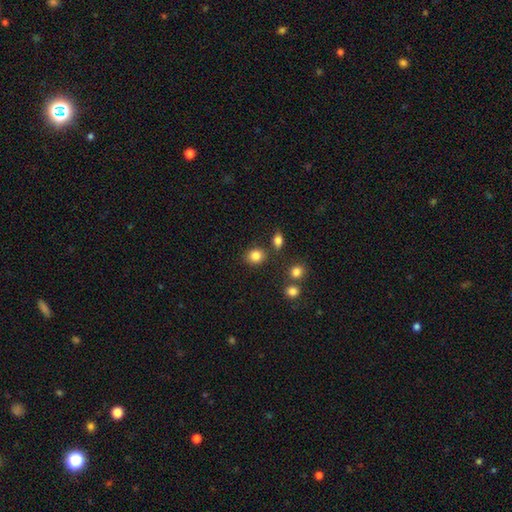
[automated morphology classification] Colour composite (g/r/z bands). It shows a smooth galaxy with no disk features (84%) that is round (70%). Merging: none (79%).